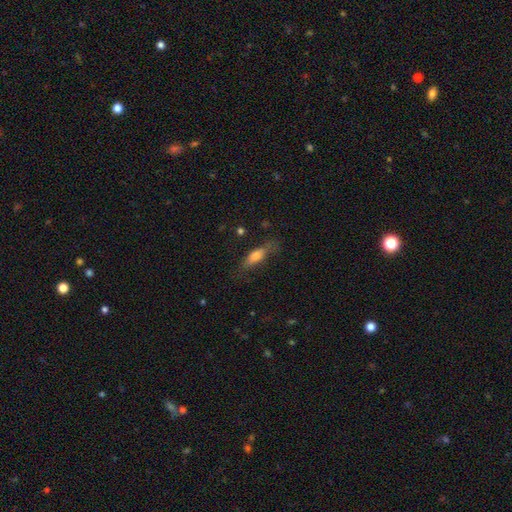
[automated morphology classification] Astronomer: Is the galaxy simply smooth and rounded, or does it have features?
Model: smooth — 60%.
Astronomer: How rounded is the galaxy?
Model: cigar-shaped — 56% (runner-up: in between, 41%).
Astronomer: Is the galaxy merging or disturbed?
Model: none — 67%.